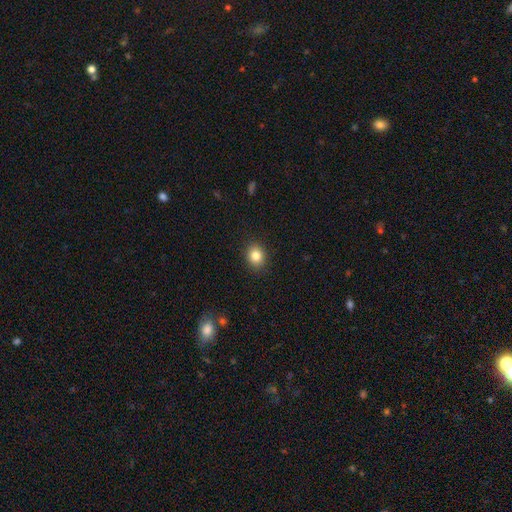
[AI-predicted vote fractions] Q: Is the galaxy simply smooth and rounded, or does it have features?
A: smooth — 84%.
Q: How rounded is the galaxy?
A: round — 62%.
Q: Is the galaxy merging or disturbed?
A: none — 90%.